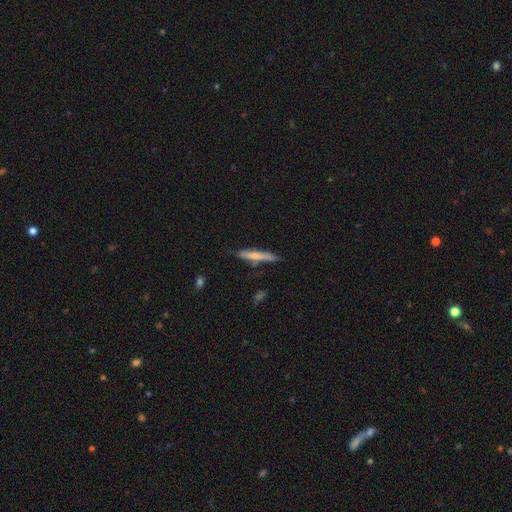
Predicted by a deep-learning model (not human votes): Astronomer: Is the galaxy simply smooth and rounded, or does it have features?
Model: smooth — 64%.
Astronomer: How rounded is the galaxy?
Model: cigar-shaped — 92%.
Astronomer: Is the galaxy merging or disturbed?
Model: none — 70%.